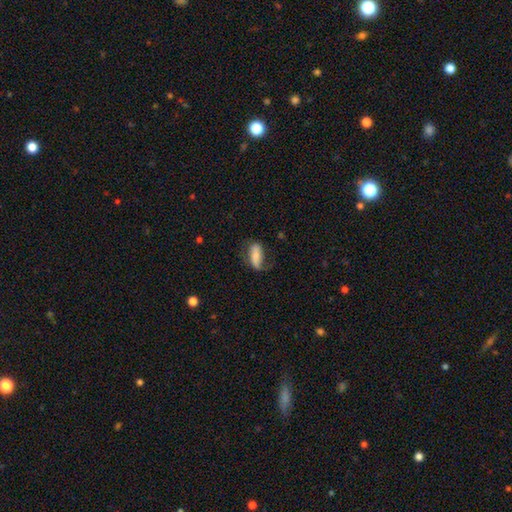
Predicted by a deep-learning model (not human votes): smooth_or_featured: smooth (p=0.62) [alt: featured or disk p=0.31]
how_rounded: in between (p=0.74) [alt: cigar-shaped p=0.22]
merging: none (p=0.52) [alt: minor disturbance p=0.27]